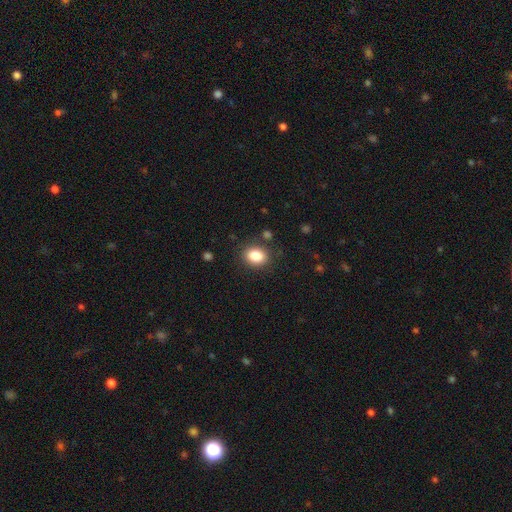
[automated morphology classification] A smooth galaxy with no disk features (84%) that is in between round and cigar-shaped (56%). Merging: none (85%).